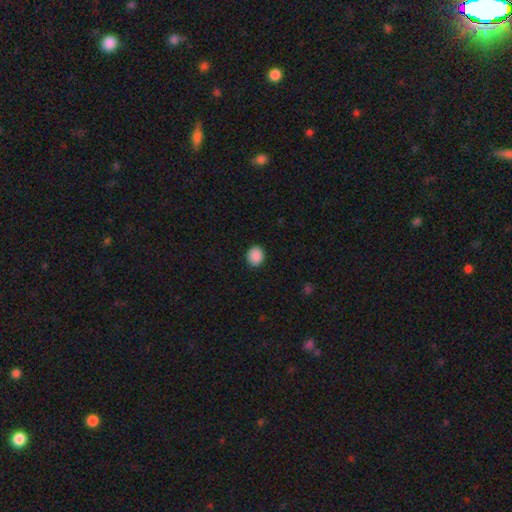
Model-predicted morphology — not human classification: This is clearly a smooth galaxy (89%). How rounded: likely round (70%). Merging: clearly none (90%).